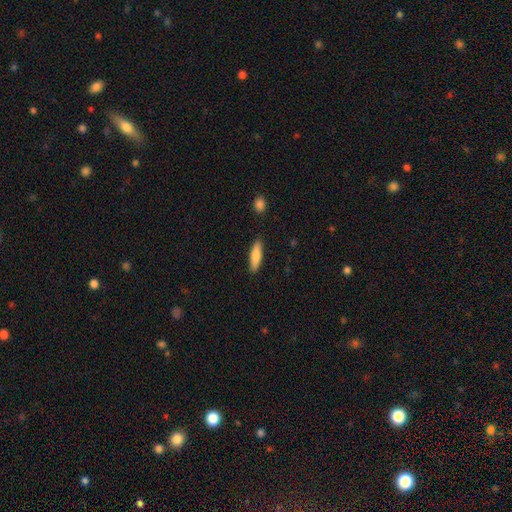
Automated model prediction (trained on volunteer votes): Smooth or featured: smooth — 80% (featured or disk — 14%)
How rounded: cigar-shaped — 68% (in between — 30%)
Merging: none — 87% (minor disturbance — 10%)